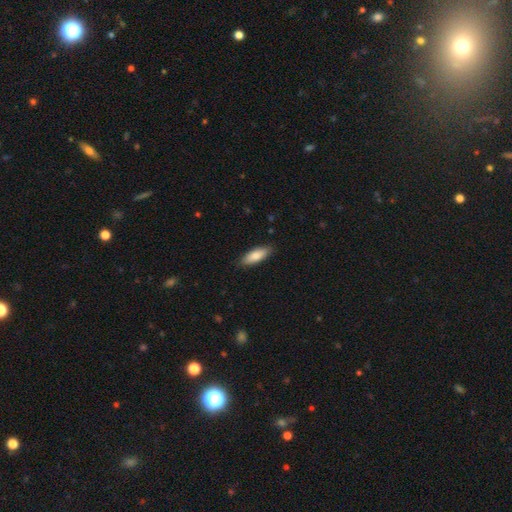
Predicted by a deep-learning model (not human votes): smooth 83%, featured or disk 11%, star or artifact 6%. Down the decision tree: how rounded — in between (67%); merging — none (87%).